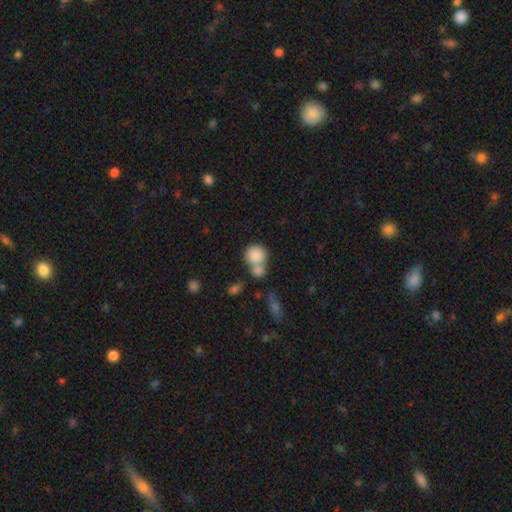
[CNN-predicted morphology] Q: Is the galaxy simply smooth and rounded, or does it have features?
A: smooth — 83%.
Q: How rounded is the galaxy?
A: round — 83%.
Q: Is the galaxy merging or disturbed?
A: merger — 49%.